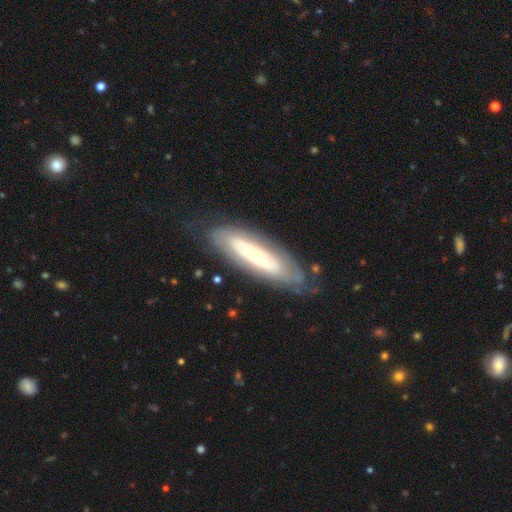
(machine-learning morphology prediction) A featured or disk galaxy (66%).

Vote fractions:
- Smooth or featured? featured or disk: 66% / smooth: 28% / star or artifact: 6%
- Edge-on disk? no: 71% / yes: 29%
- Merging? none: 75% / minor disturbance: 17% / major disturbance: 6% / merger: 2%